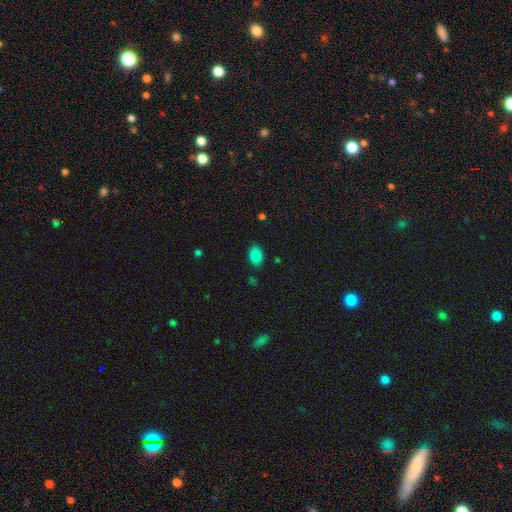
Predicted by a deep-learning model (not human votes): Smooth or featured? Predicted: smooth (p=0.84). How rounded? Predicted: in between (p=0.80). Merging? Predicted: none (p=0.81).